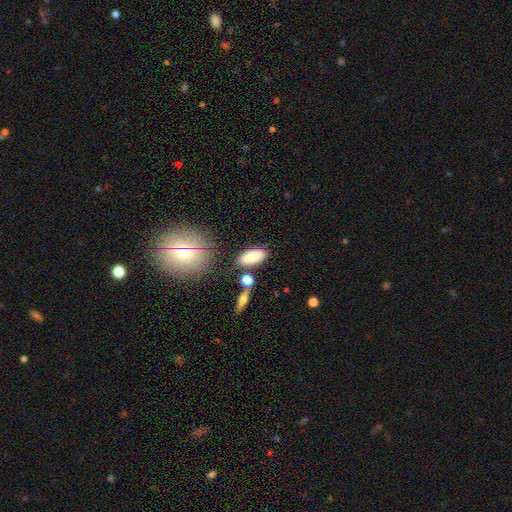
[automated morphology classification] This is clearly a smooth galaxy (81%). How rounded: clearly in between (80%). Merging: likely none (79%).